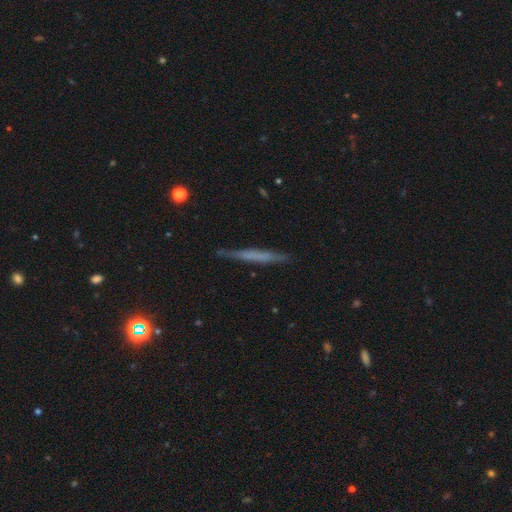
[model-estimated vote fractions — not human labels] Smooth or featured? featured or disk (48%)
Merging? none (86%)